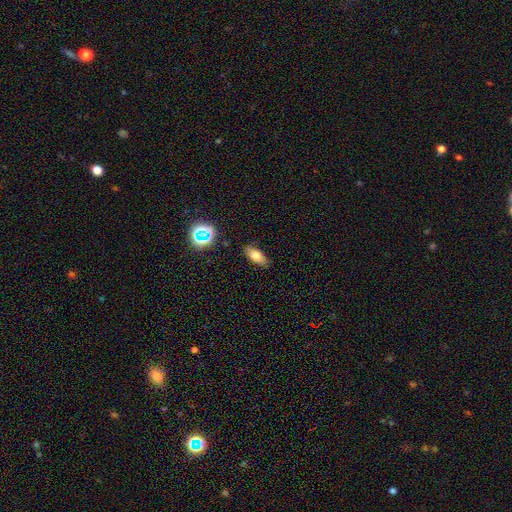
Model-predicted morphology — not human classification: Overall: smooth (70%). How rounded: in between (81%). Merging: none (84%).